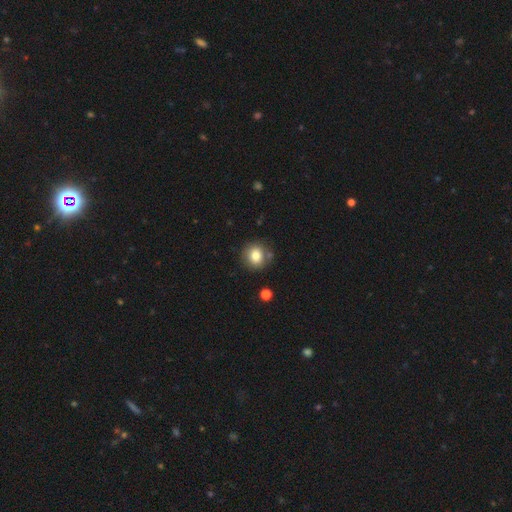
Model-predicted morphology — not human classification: Q: Smooth or featured?
A: smooth (81%); runner-up: star or artifact (10%)
Q: How rounded?
A: round (83%); runner-up: in between (16%)
Q: Merging?
A: none (80%); runner-up: minor disturbance (11%)